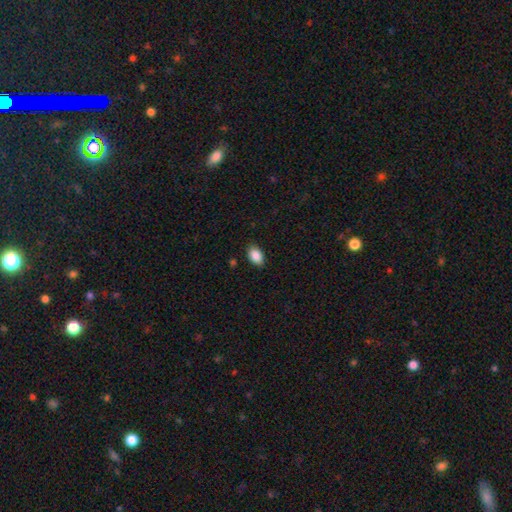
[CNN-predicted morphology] type=smooth (89%); roundness=in between (90%); merging=none (87%).